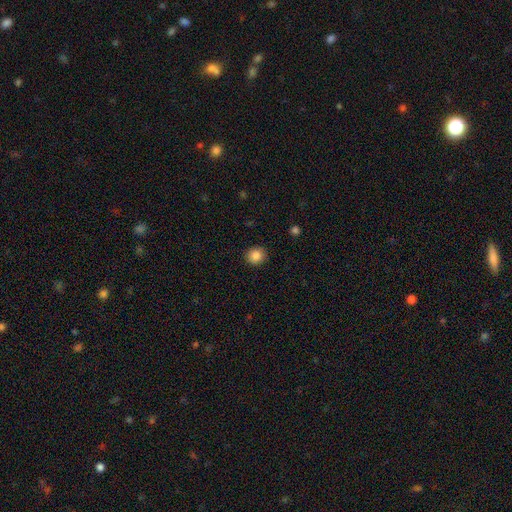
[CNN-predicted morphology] This appears to be a smooth galaxy with no disk features (86%) that is round (84%). Merging: none (90%).